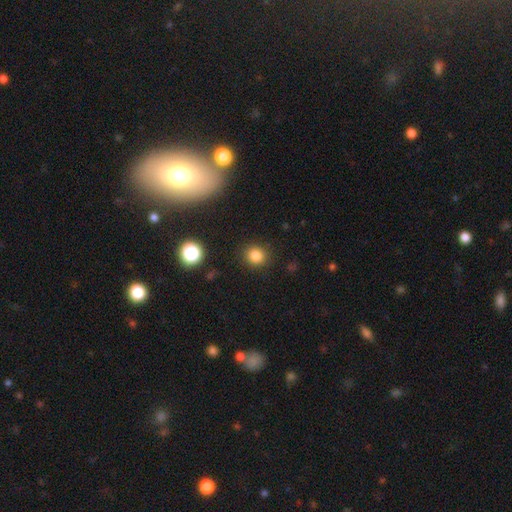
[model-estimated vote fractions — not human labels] Smooth or featured?
  - smooth: 83% *
  - star or artifact: 13%
  - featured or disk: 5%
How rounded?
  - round: 85% *
  - in between: 14%
  - cigar-shaped: 1%
Merging?
  - none: 89% *
  - minor disturbance: 7%
  - major disturbance: 3%
  - merger: 1%